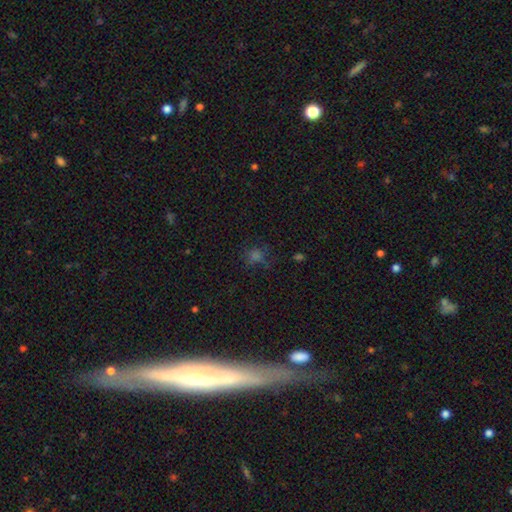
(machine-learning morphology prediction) This is possibly a smooth galaxy (45%). Merging: likely none (71%).